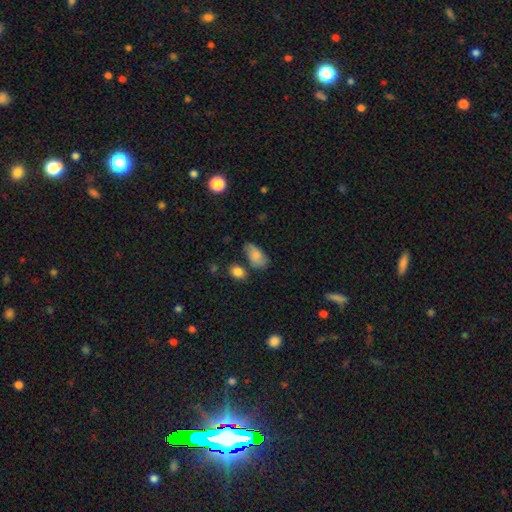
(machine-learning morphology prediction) A smooth galaxy with no disk features (80%) that is in between round and cigar-shaped (92%).

Vote fractions:
- Smooth or featured? smooth: 80% / featured or disk: 12% / star or artifact: 7%
- How rounded? in between: 92% / round: 4% / cigar-shaped: 3%
- Merging? none: 59% / minor disturbance: 24% / merger: 10% / major disturbance: 7%